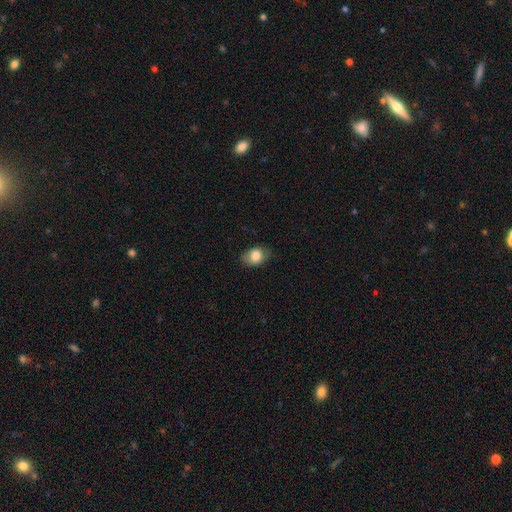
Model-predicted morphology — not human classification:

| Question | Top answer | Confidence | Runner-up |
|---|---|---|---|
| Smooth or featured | smooth | 78% | featured or disk (14%) |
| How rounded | in between | 72% | round (27%) |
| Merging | none | 72% | minor disturbance (21%) |